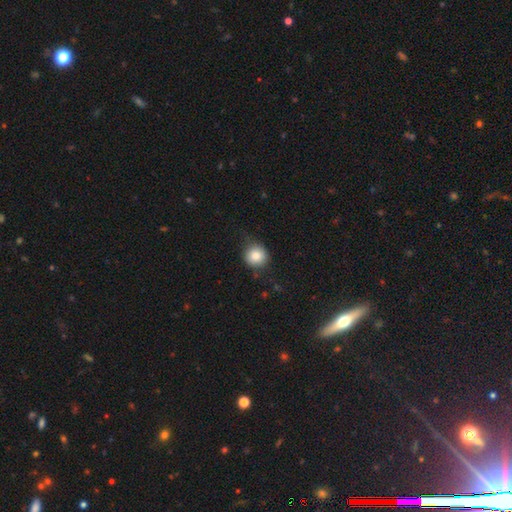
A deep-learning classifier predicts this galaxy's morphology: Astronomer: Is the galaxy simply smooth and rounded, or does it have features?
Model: smooth — 81%.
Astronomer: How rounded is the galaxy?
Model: round — 92%.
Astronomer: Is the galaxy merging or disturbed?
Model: none — 73%.